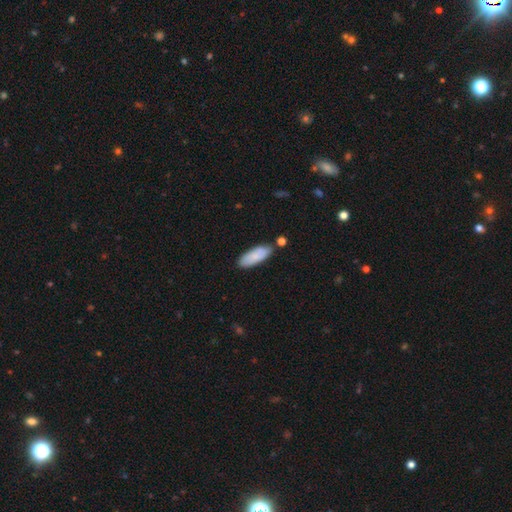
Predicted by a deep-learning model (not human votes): This appears to be a smooth galaxy with no disk features (80%) that is in between round and cigar-shaped (71%). Merging: none (74%).